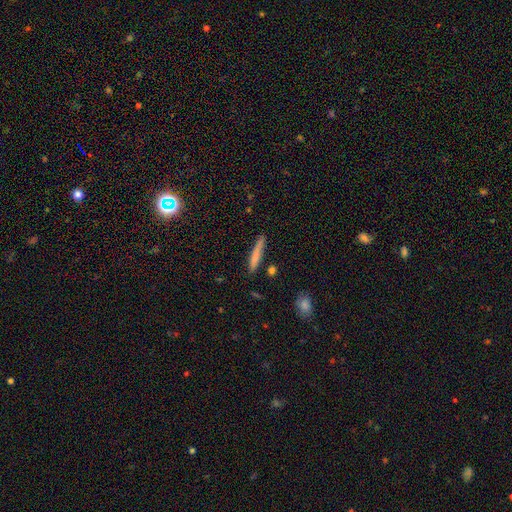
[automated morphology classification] A smooth galaxy with no disk features (74%) that is cigar-shaped (94%). Merging: none (82%).